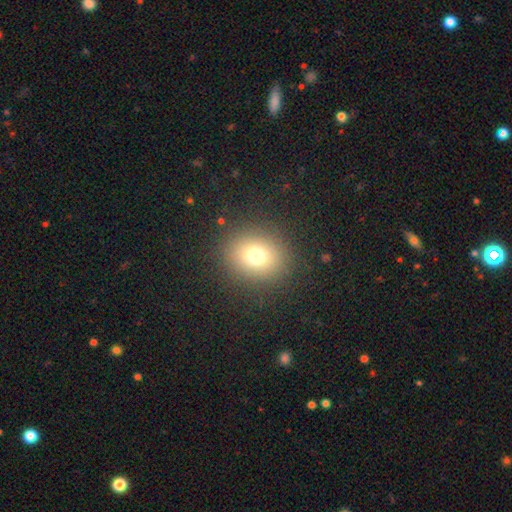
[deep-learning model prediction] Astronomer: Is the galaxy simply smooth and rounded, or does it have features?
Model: smooth — 73%.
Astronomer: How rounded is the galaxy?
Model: round — 74%.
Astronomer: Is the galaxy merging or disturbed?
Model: none — 88%.